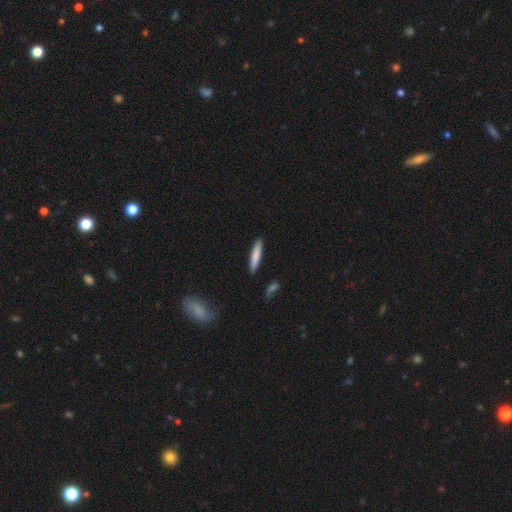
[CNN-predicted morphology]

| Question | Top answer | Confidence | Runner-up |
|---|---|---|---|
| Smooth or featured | smooth | 82% | featured or disk (13%) |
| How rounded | cigar-shaped | 90% | in between (8%) |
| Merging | none | 90% | minor disturbance (7%) |